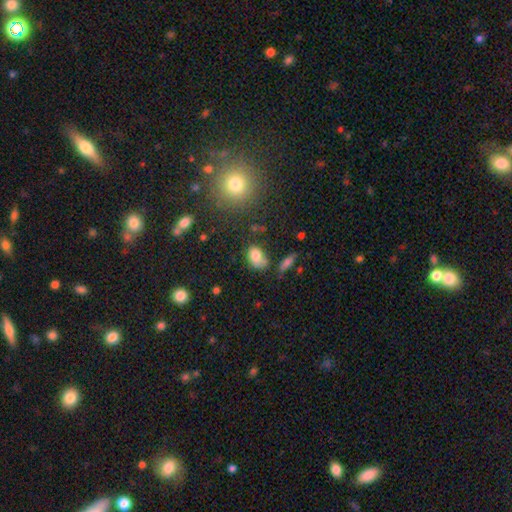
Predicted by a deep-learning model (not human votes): Smooth or featured?
  - smooth: 77% *
  - featured or disk: 12%
  - star or artifact: 10%
How rounded?
  - in between: 81% *
  - round: 17%
  - cigar-shaped: 2%
Merging?
  - none: 45% *
  - minor disturbance: 27%
  - merger: 15%
  - major disturbance: 13%